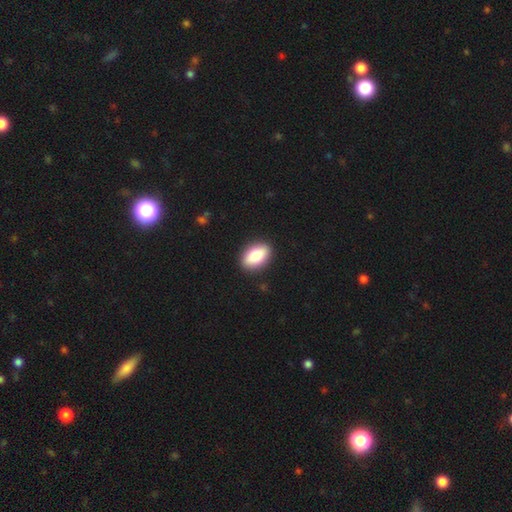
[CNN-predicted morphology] Overall: smooth (80%). How rounded: in between (88%). Merging: none (90%).